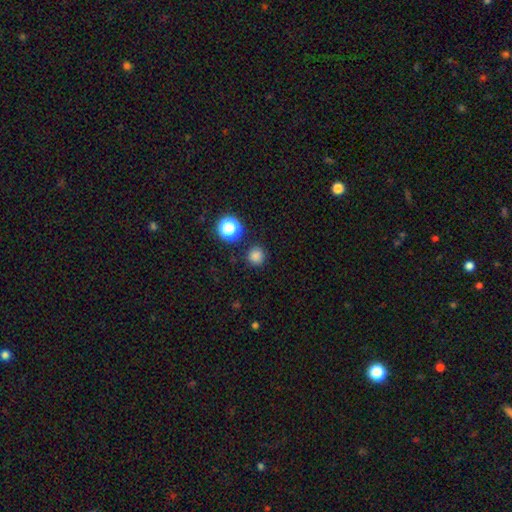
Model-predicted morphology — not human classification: The model was most divided on "smooth or featured": smooth: 81%, star or artifact: 16%, featured or disk: 4%. More confident: how rounded — round (94%); merging — none (88%).